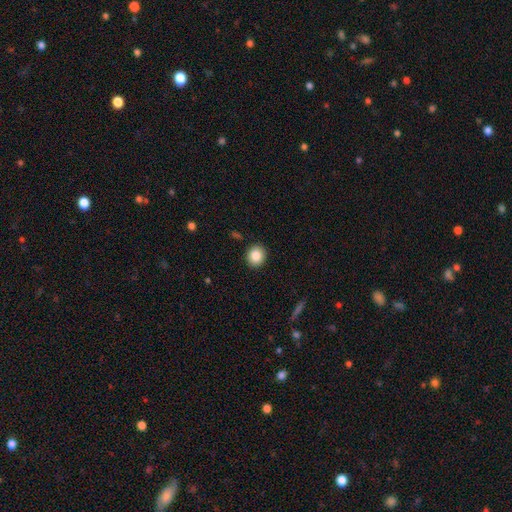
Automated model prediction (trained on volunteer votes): Q: Smooth or featured?
A: smooth (86%); runner-up: star or artifact (9%)
Q: How rounded?
A: round (78%); runner-up: in between (21%)
Q: Merging?
A: none (91%); runner-up: minor disturbance (6%)